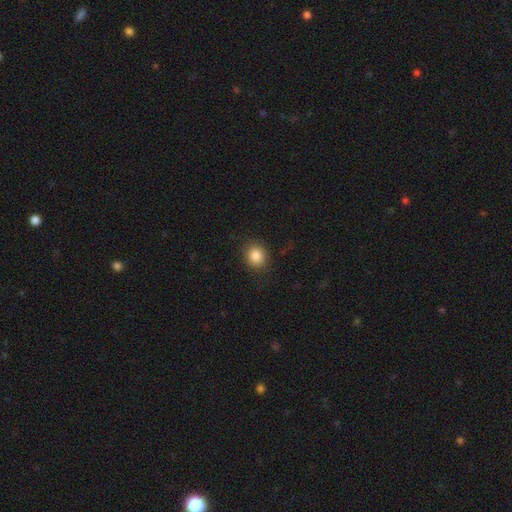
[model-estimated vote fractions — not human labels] A smooth galaxy with no disk features (85%) that is round (77%).

Vote fractions:
- Smooth or featured? smooth: 85% / star or artifact: 10% / featured or disk: 5%
- How rounded? round: 77% / in between: 22% / cigar-shaped: 1%
- Merging? none: 87% / minor disturbance: 9% / major disturbance: 3% / merger: 1%